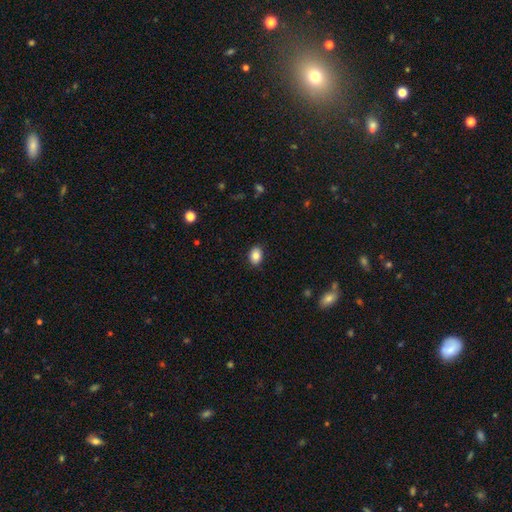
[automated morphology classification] smooth-or-featured: smooth: 85% | star or artifact: 8% | featured or disk: 7%
  how-rounded: in between: 74% | round: 25% | cigar-shaped: 1%
  merging: none: 88% | minor disturbance: 9% | major disturbance: 2% | merger: 1%